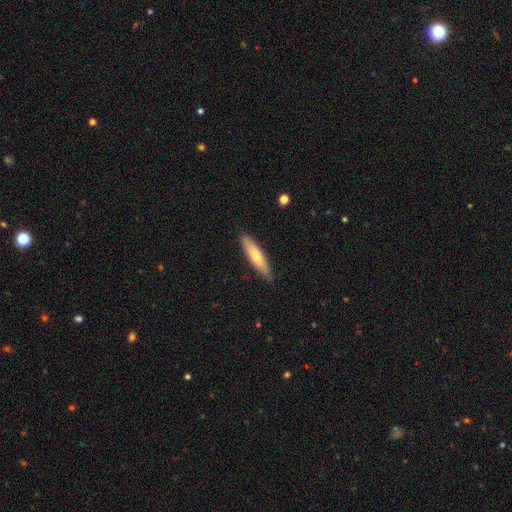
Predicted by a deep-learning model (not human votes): smooth-or-featured: smooth: 60% | featured or disk: 34% | star or artifact: 6%
  how-rounded: cigar-shaped: 75% | in between: 23% | round: 2%
  merging: none: 86% | minor disturbance: 11% | major disturbance: 2% | merger: 1%